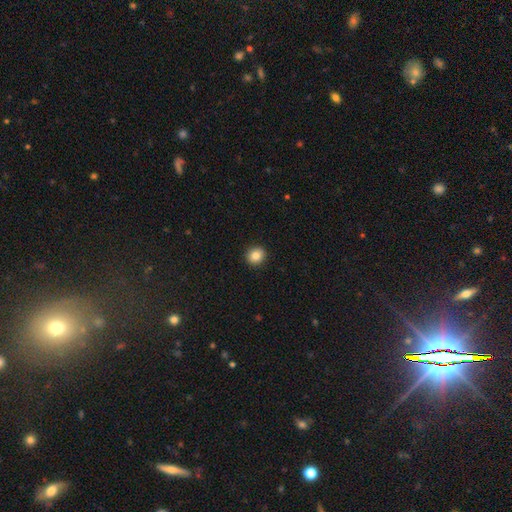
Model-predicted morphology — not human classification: The model was most divided on "how rounded": round: 87%, in between: 12%, cigar-shaped: 1%. More confident: merging — none (93%); smooth or featured — smooth (85%).